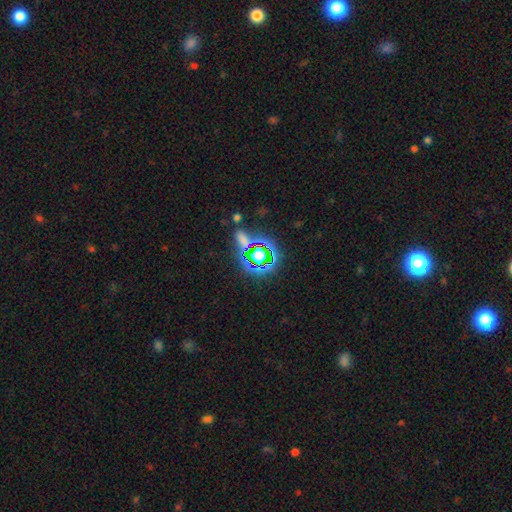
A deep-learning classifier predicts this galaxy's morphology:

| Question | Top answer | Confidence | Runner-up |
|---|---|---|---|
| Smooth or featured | star or artifact | 75% | smooth (15%) |